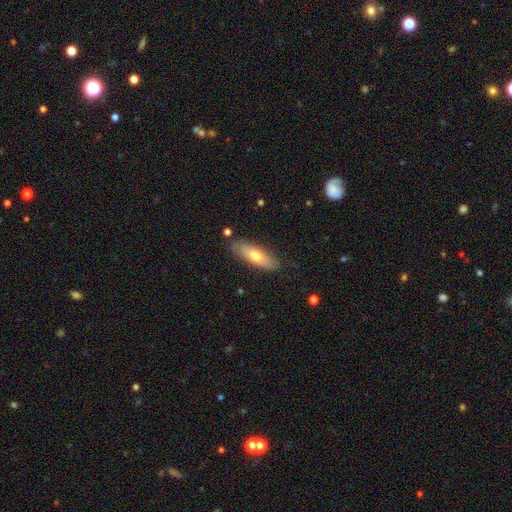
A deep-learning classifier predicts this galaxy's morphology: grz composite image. It shows a smooth galaxy with no disk features (65%) that is in between round and cigar-shaped (60%). Merging: none (81%).